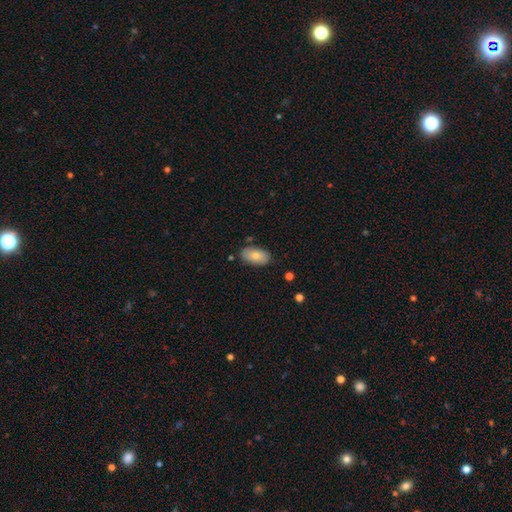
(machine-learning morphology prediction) A smooth galaxy with no disk features (76%) that is in between round and cigar-shaped (93%). Merging: none (83%).